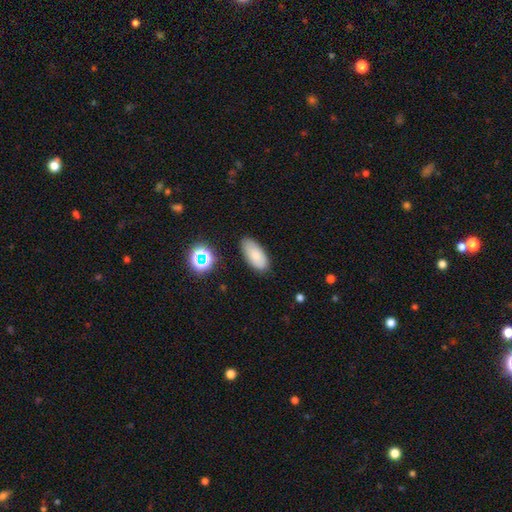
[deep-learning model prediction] smooth-or-featured: smooth: 80% | featured or disk: 11% | star or artifact: 9%
  how-rounded: in between: 91% | cigar-shaped: 6% | round: 3%
  merging: none: 83% | minor disturbance: 13% | major disturbance: 3% | merger: 2%